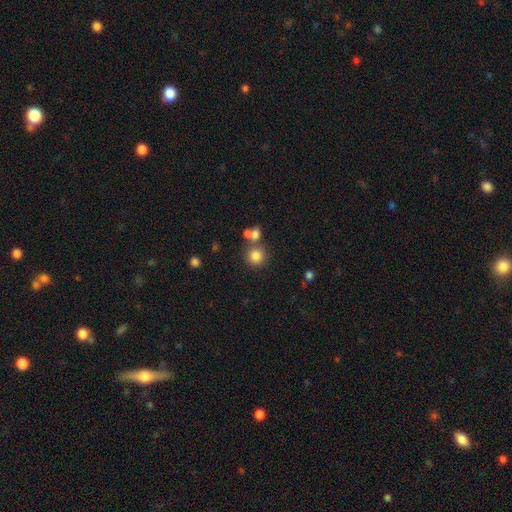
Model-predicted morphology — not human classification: The model was most divided on "merging": none: 66%, merger: 22%, minor disturbance: 8%, major disturbance: 4%. More confident: how rounded — round (90%); smooth or featured — smooth (80%).